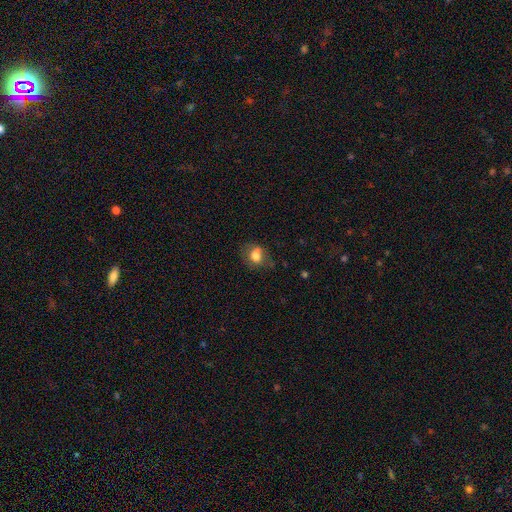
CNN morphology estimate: The model was most divided on "how rounded": in between: 55%, round: 43%, cigar-shaped: 1%. More confident: smooth or featured — smooth (73%); merging — none (56%).